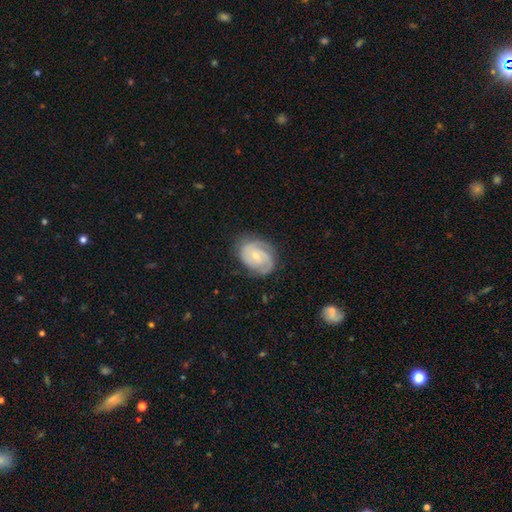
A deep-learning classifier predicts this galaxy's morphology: This is likely a featured or disk galaxy (79%). It is clearly not viewed edge-on (98%). Bar: possibly no (59%). Spiral arm pattern: clearly yes (94%). Spiral arm count: possibly 2 (53%). Spiral winding: possibly tight (58%). Central bulge: likely small (64%). Merging: likely none (72%).